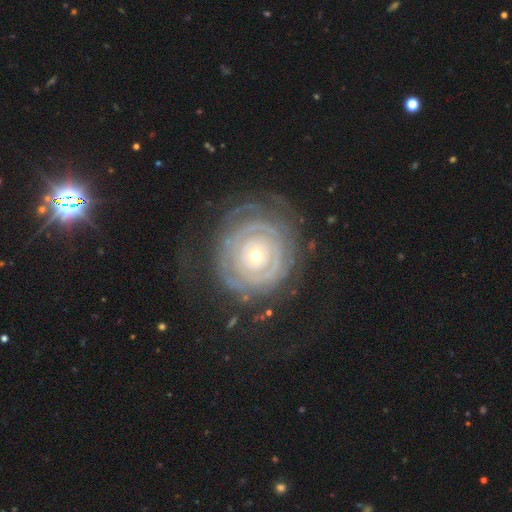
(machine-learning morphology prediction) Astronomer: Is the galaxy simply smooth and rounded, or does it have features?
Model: featured or disk — 81%.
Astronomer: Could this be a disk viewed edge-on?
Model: no — 97%.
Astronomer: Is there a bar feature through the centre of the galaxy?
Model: no — 87%.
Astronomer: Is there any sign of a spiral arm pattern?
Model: yes — 75%.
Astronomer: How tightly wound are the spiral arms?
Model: tight — 84%.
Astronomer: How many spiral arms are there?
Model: can't tell — 48%.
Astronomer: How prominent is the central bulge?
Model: small — 52% (runner-up: moderate, 43%).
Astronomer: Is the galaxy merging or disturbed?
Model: none — 68%.